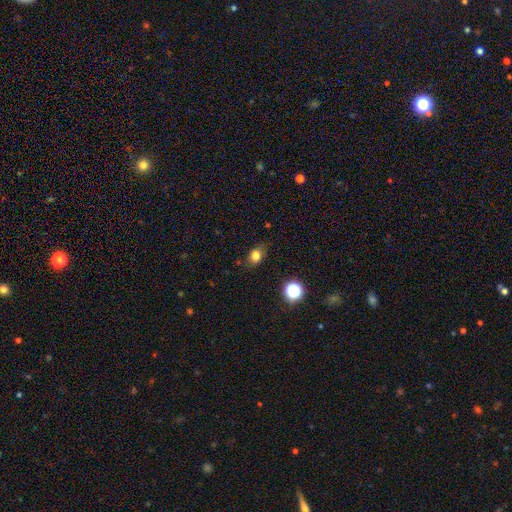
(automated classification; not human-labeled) This appears to be a smooth galaxy with no disk features (78%) that is in between round and cigar-shaped (62%). Merging: none (80%).